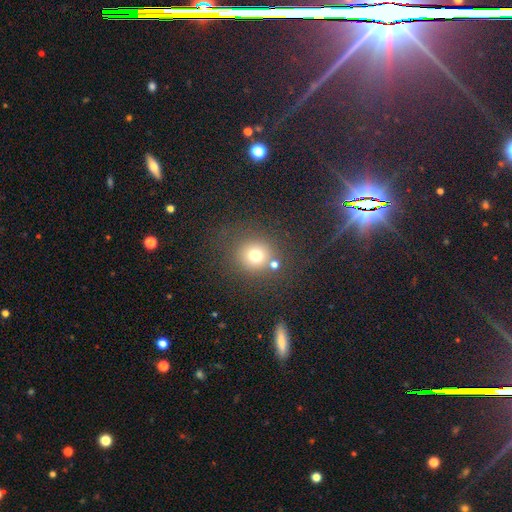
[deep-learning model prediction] Smooth or featured: smooth — 72% (star or artifact — 18%)
How rounded: round — 88% (in between — 11%)
Merging: none — 74% (merger — 11%)